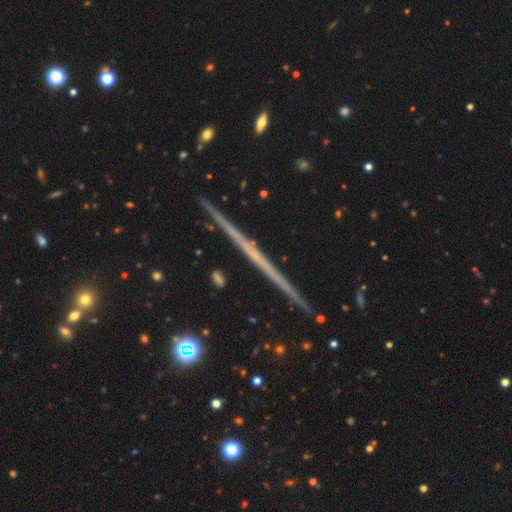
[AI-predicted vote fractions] This appears to be a featured or disk galaxy (76%) viewed edge-on (98%) with no central bulge (85%). Merging: none (93%).